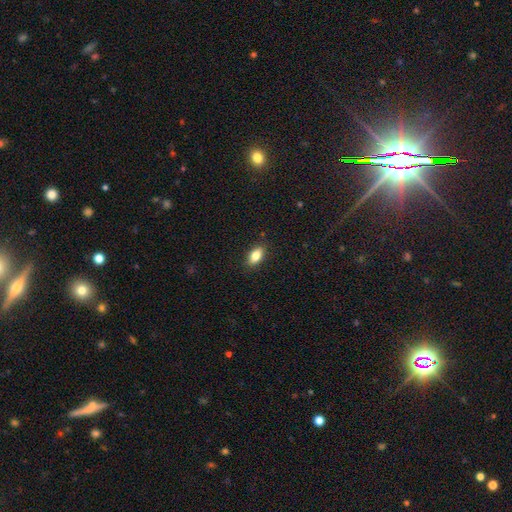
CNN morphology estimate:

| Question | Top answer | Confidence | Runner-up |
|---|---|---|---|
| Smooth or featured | smooth | 83% | featured or disk (9%) |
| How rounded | in between | 88% | cigar-shaped (6%) |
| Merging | none | 88% | minor disturbance (9%) |